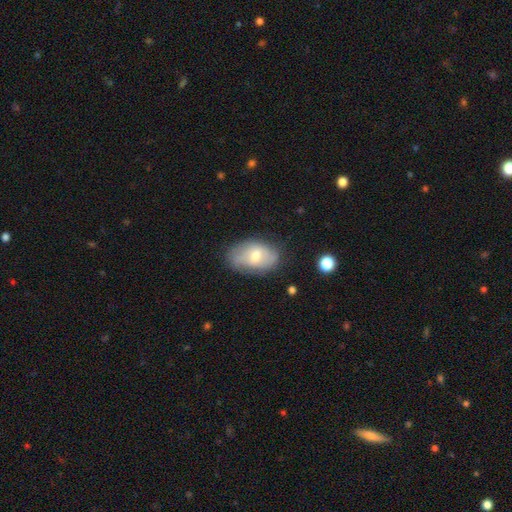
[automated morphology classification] This is possibly a smooth galaxy (57%). How rounded: clearly in between (90%). Merging: likely none (69%).